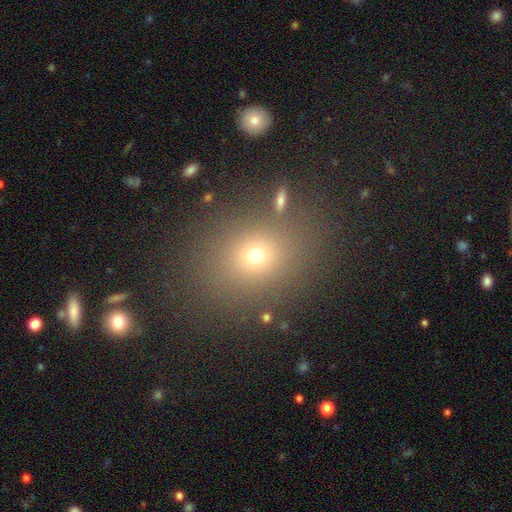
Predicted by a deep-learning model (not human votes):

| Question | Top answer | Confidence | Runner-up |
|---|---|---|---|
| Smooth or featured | smooth | 67% | star or artifact (22%) |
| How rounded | round | 58% | in between (41%) |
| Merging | none | 81% | minor disturbance (10%) |